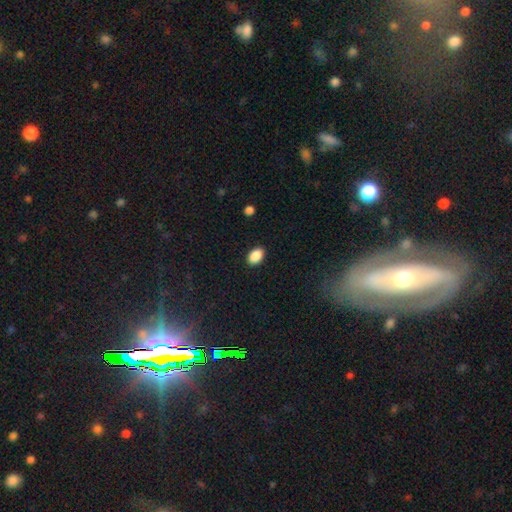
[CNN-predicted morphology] The model was most divided on "how rounded": in between: 88%, round: 11%, cigar-shaped: 1%. More confident: merging — none (89%); smooth or featured — smooth (89%).